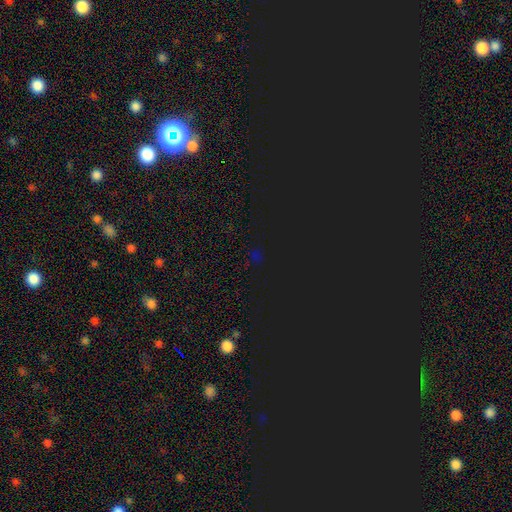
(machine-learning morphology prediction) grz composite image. It shows a star or artifact, not a galaxy (77%).